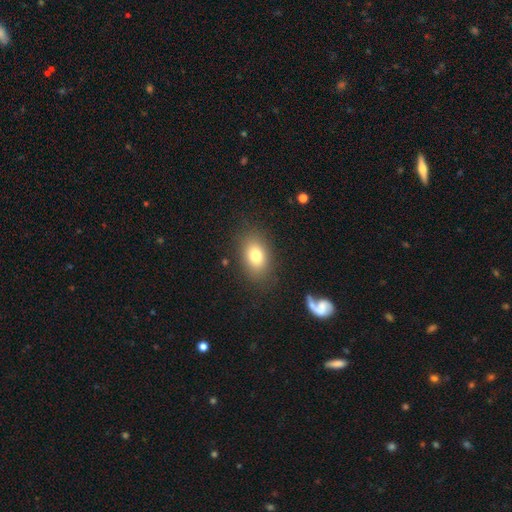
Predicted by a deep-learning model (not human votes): smooth_or_featured: smooth (p=0.77) [alt: featured or disk p=0.12]
how_rounded: in between (p=0.80) [alt: round p=0.18]
merging: none (p=0.84) [alt: minor disturbance p=0.10]